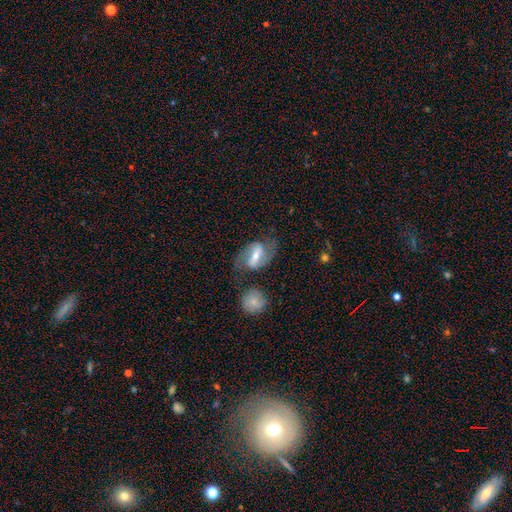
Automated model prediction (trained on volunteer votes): Smooth or featured: featured or disk — 77% (smooth — 17%)
Edge-on disk: no — 95% (yes — 5%)
Bar: strong — 60% (weak — 31%)
Spiral arms: yes — 90% (no — 10%)
Spiral winding: medium — 51% (loose — 32%)
Spiral arm count: 2 — 90% (can't tell — 5%)
Bulge size: moderate — 50% (small — 41%)
Merging: none — 66% (minor disturbance — 16%)